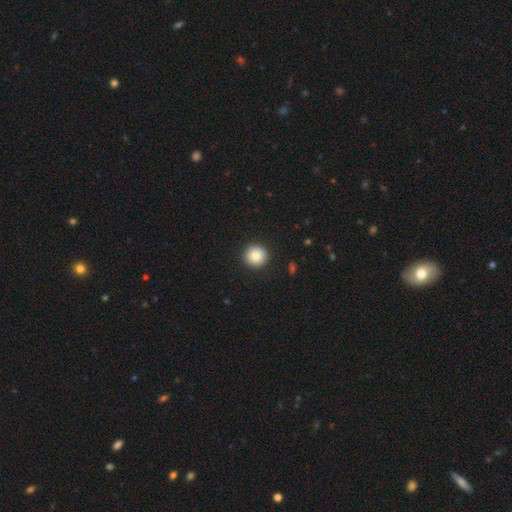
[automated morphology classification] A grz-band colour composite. It shows a smooth galaxy with no disk features (82%) that is round (96%). Merging: none (93%).